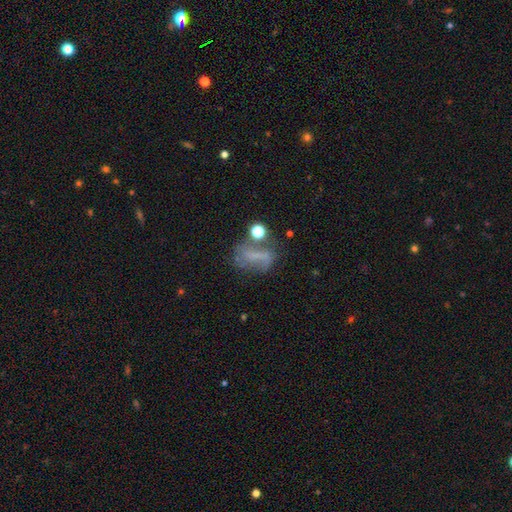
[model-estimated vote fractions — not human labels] Smooth or featured: featured or disk — 41% (smooth — 38%)
Merging: none — 42% (major disturbance — 24%)